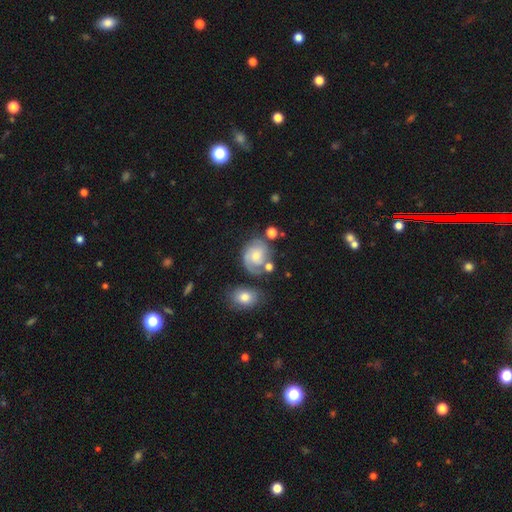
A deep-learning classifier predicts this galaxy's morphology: Smooth or featured: featured or disk — 72% (smooth — 21%)
Edge-on disk: no — 98% (yes — 2%)
Bar: no — 67% (weak — 29%)
Spiral arms: yes — 92% (no — 8%)
Spiral winding: tight — 50% (medium — 38%)
Spiral arm count: 2 — 56% (can't tell — 17%)
Bulge size: small — 47% (moderate — 46%)
Merging: none — 58% (minor disturbance — 20%)